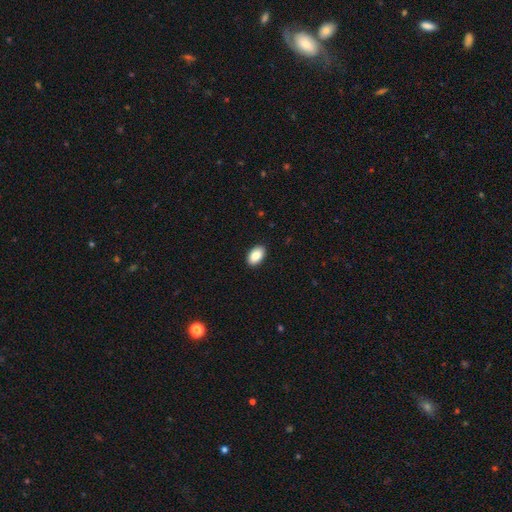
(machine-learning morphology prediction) smooth 88%, star or artifact 7%, featured or disk 6%. Down the decision tree: how rounded — in between (92%); merging — none (91%).